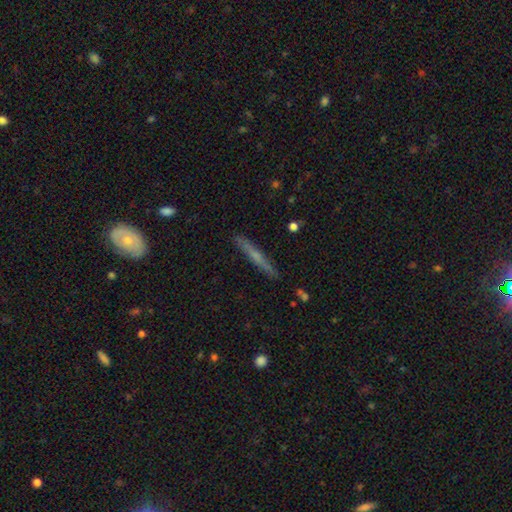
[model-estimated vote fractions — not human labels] Smooth or featured? Predicted: featured or disk (p=0.55). Edge-on disk? Predicted: yes (p=0.96). Edge-on bulge? Predicted: rounded (p=0.49). Merging? Predicted: none (p=0.89).